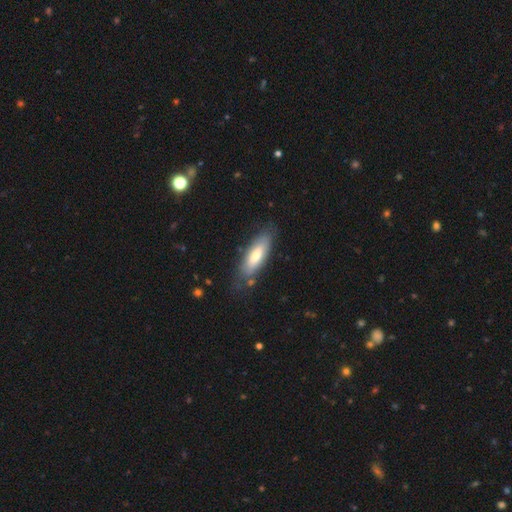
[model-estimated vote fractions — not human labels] This appears to be a smooth galaxy with no disk features (65%) that is in between round and cigar-shaped (59%). Merging: none (76%).